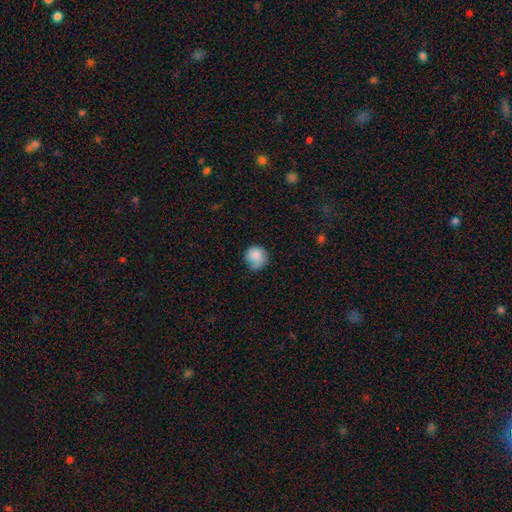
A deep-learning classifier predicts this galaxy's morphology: Smooth or featured: smooth — 82% (featured or disk — 10%)
How rounded: round — 87% (in between — 12%)
Merging: none — 54% (minor disturbance — 33%)